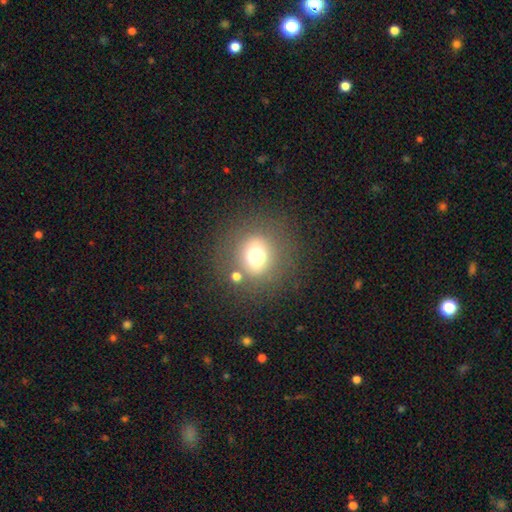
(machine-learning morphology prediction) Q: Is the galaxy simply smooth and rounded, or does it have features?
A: smooth — 67%.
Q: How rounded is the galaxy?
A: round — 90%.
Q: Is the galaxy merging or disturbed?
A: none — 79%.